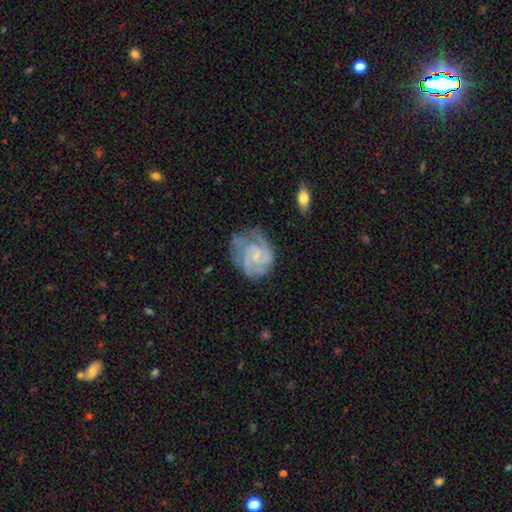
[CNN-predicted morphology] smooth_or_featured: featured or disk (p=0.87) [alt: smooth p=0.08]
disk_edge_on: no (p=0.98) [alt: yes p=0.02]
bar: no (p=0.52) [alt: weak p=0.41]
has_spiral_arms: yes (p=0.97) [alt: no p=0.03]
spiral_winding: tight (p=0.59) [alt: medium p=0.36]
spiral_arm_count: 2 (p=0.37) [alt: 3 p=0.31]
bulge_size: small (p=0.58) [alt: none p=0.23]
merging: none (p=0.64) [alt: minor disturbance p=0.23]